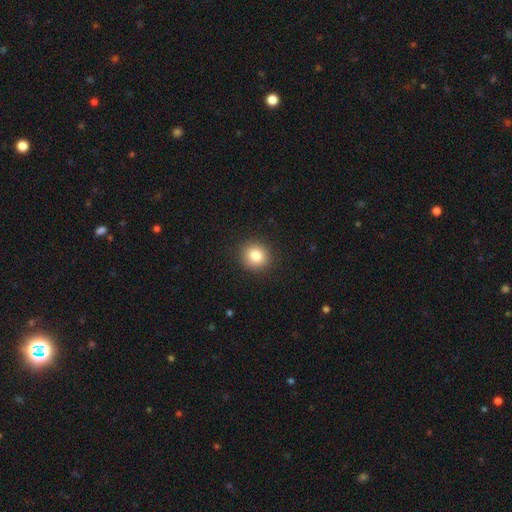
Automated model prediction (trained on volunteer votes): A smooth galaxy with no disk features (83%) that is round (85%).

Vote fractions:
- Smooth or featured? smooth: 83% / star or artifact: 10% / featured or disk: 6%
- How rounded? round: 85% / in between: 14% / cigar-shaped: 1%
- Merging? none: 91% / minor disturbance: 6% / major disturbance: 2% / merger: 1%